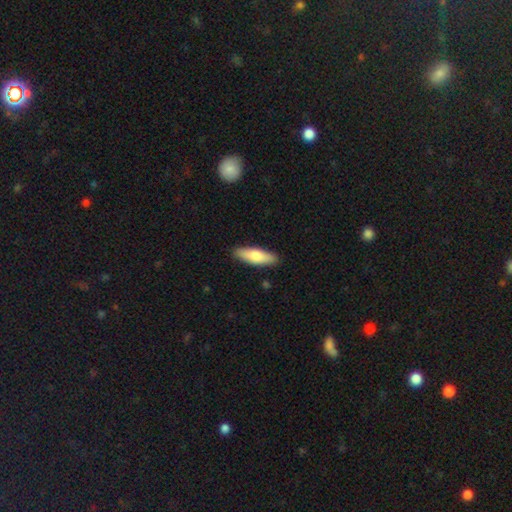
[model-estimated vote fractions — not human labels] This appears to be a smooth galaxy with no disk features (74%) that is in between round and cigar-shaped (51%). Merging: none (89%).